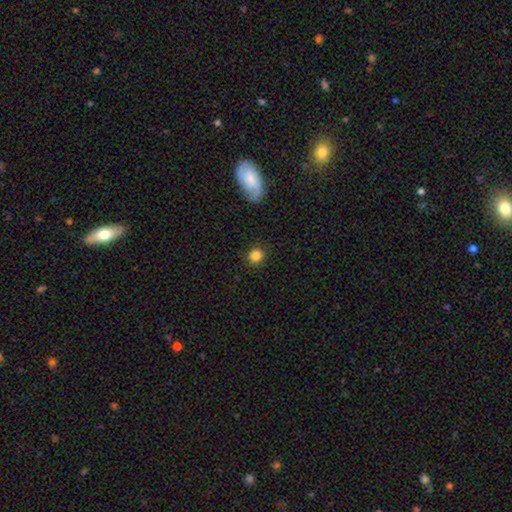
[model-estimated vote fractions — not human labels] A smooth galaxy with no disk features (84%) that is round (90%). Merging: none (89%).